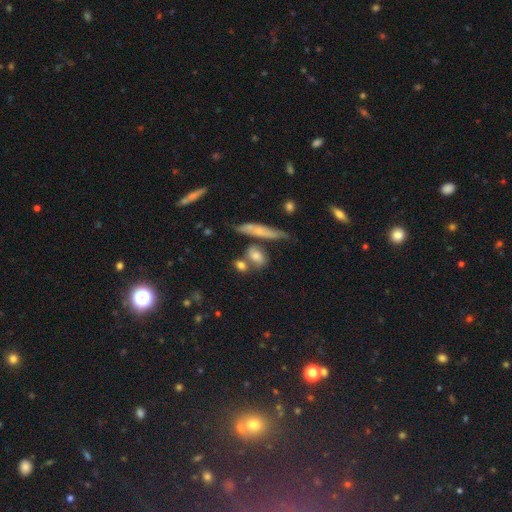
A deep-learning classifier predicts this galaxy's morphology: type=smooth (63%); roundness=in between (47%); merging=none (55%).